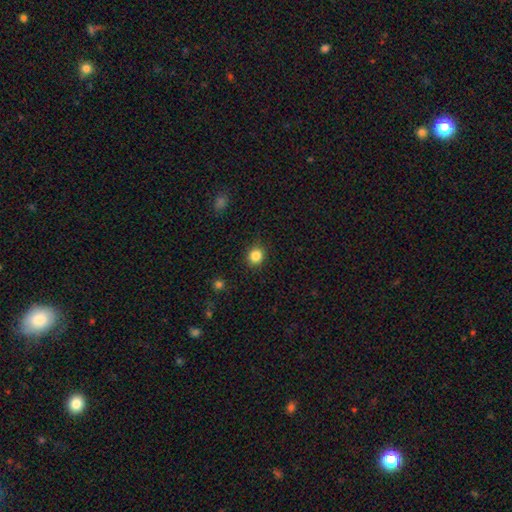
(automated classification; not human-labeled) smooth 85%, star or artifact 11%, featured or disk 4%. Down the decision tree: how rounded — round (85%); merging — none (90%).